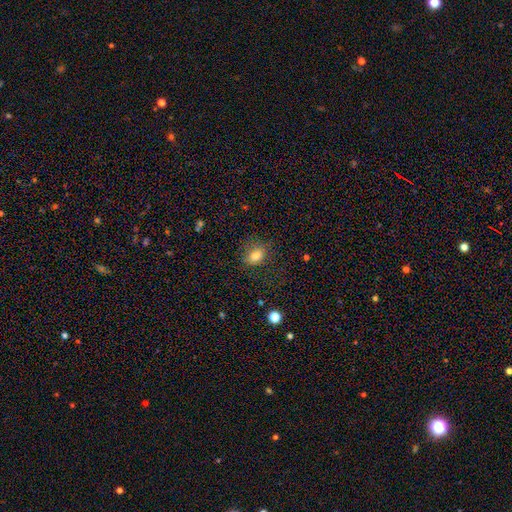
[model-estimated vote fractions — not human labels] Smooth or featured: smooth — 81% (star or artifact — 11%)
How rounded: in between — 63% (round — 35%)
Merging: none — 75% (minor disturbance — 17%)